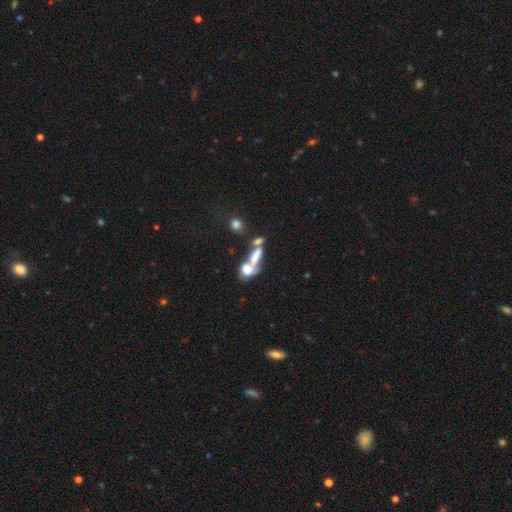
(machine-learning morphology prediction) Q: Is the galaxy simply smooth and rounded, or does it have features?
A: smooth — 56%.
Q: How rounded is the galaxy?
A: in between — 53%.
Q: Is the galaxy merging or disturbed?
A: merger — 56%.